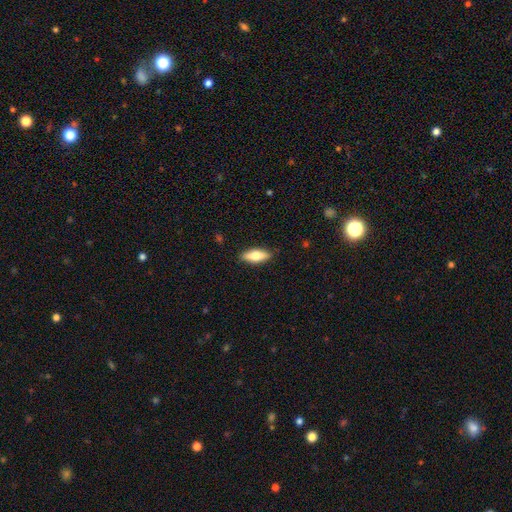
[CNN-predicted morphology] Smooth or featured: smooth — 69% (featured or disk — 24%)
How rounded: in between — 66% (cigar-shaped — 32%)
Merging: none — 87% (minor disturbance — 10%)